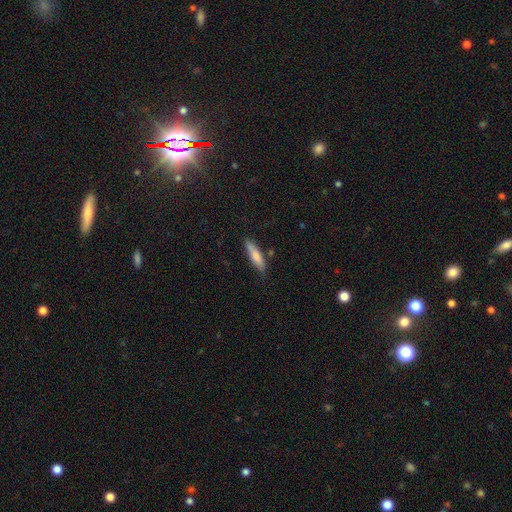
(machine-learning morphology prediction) A smooth galaxy with no disk features (76%) that is cigar-shaped (74%). Merging: none (77%).